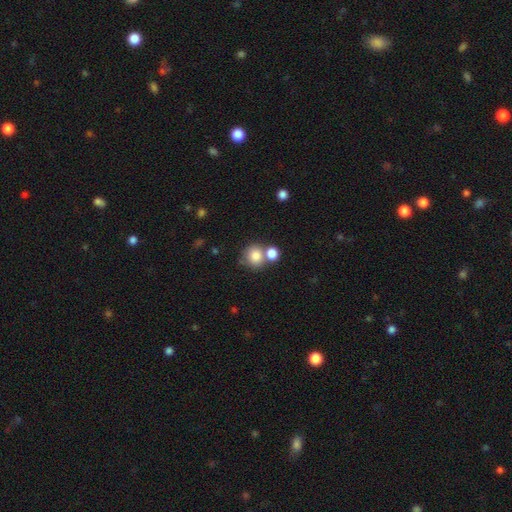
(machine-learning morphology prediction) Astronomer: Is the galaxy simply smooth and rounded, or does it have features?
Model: smooth — 82%.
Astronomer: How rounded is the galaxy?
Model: round — 84%.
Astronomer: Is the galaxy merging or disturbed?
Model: none — 51% (runner-up: merger, 35%).